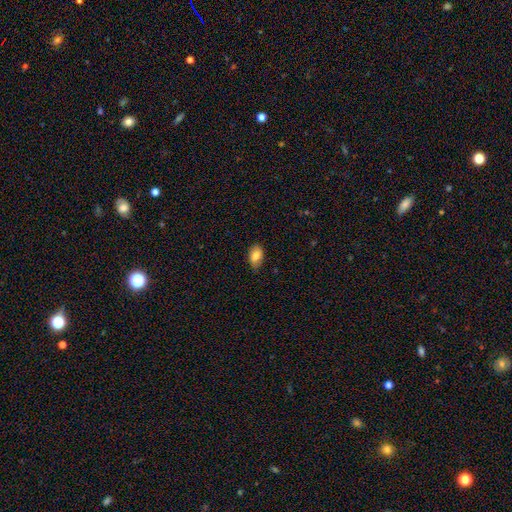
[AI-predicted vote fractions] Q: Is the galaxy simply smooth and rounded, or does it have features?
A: smooth — 81%.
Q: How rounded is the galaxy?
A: in between — 91%.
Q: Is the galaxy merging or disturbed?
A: none — 78%.